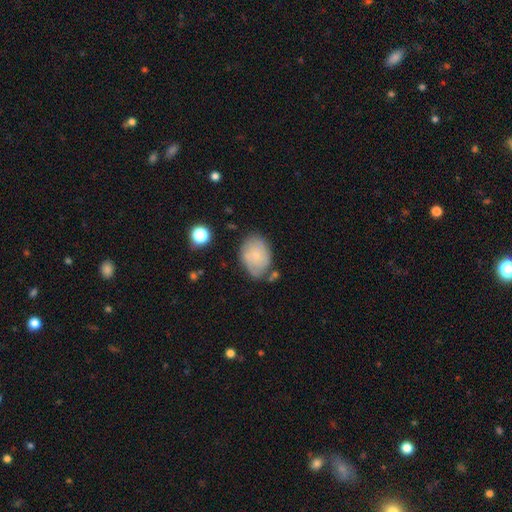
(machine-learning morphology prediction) This appears to be a smooth galaxy with no disk features (62%) that is in between round and cigar-shaped (72%). Merging: none (57%).